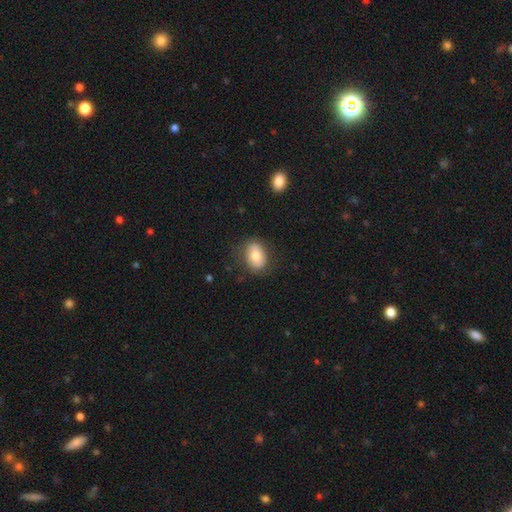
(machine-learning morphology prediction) Overall: smooth (72%). How rounded: in between (76%). Merging: none (78%).